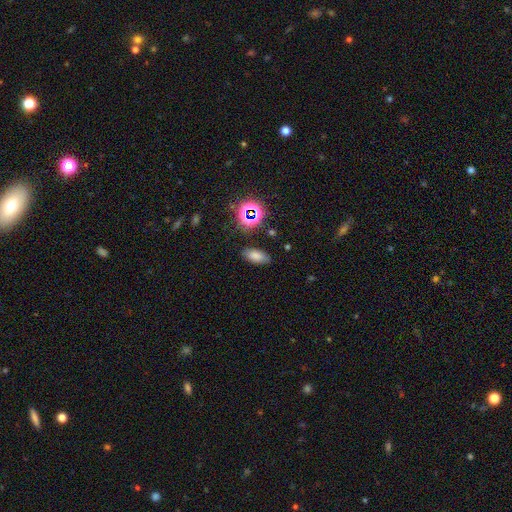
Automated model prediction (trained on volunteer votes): Smooth or featured? Predicted: smooth (p=0.72). How rounded? Predicted: in between (p=0.86). Merging? Predicted: none (p=0.82).